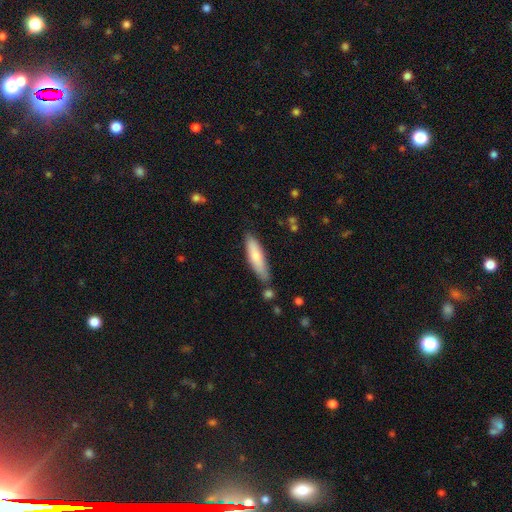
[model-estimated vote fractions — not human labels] This appears to be a smooth galaxy with no disk features (74%) that is cigar-shaped (75%). Merging: none (75%).